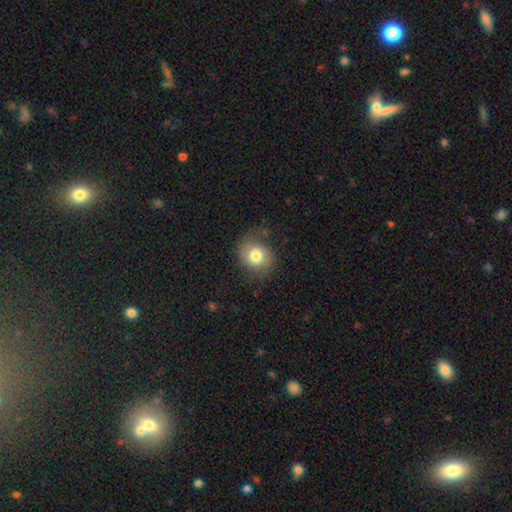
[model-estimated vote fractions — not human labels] Overall: smooth (75%). How rounded: round (68%; in between 31%). Merging: none (65%).